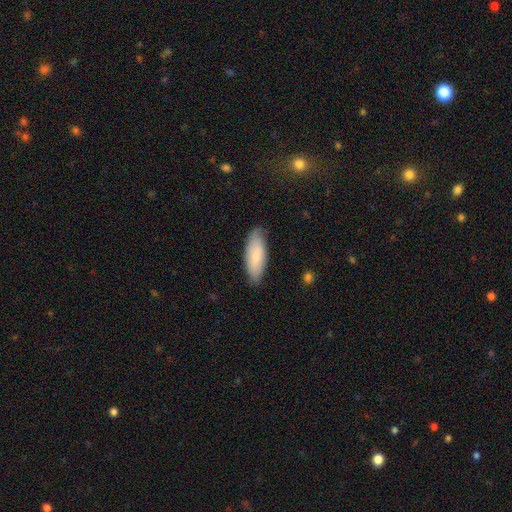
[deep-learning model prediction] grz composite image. It shows a smooth galaxy with no disk features (79%) that is in between round and cigar-shaped (67%). Merging: none (82%).